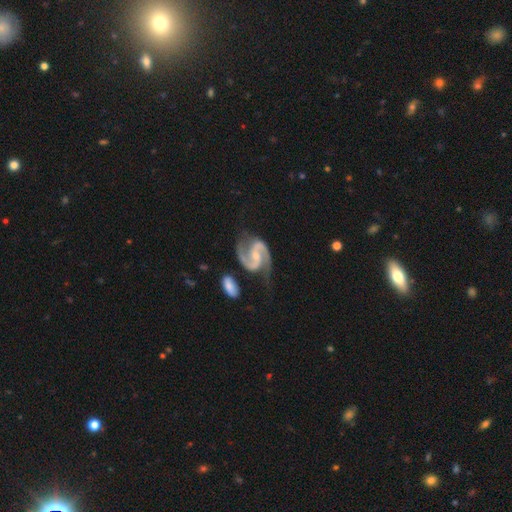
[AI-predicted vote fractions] Smooth or featured: featured or disk — 94% (star or artifact — 3%)
Edge-on disk: no — 98% (yes — 2%)
Bar: weak — 43% (no — 33%)
Spiral arms: yes — 98% (no — 2%)
Spiral winding: medium — 61% (loose — 23%)
Spiral arm count: 2 — 94% (can't tell — 1%)
Bulge size: small — 61% (moderate — 30%)
Merging: none — 66% (minor disturbance — 19%)